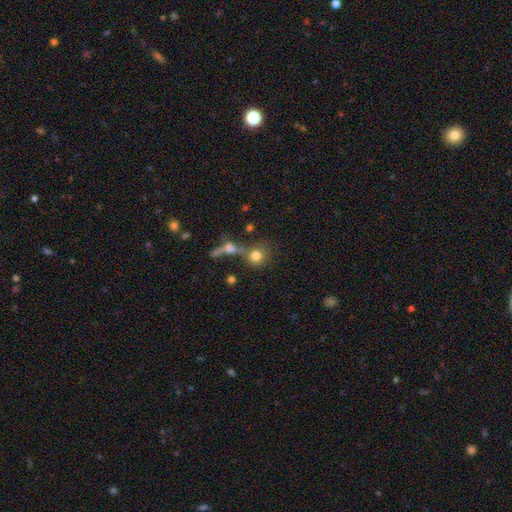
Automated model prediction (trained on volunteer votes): A smooth galaxy with no disk features (76%) that is round (87%). Merging: none (52%).